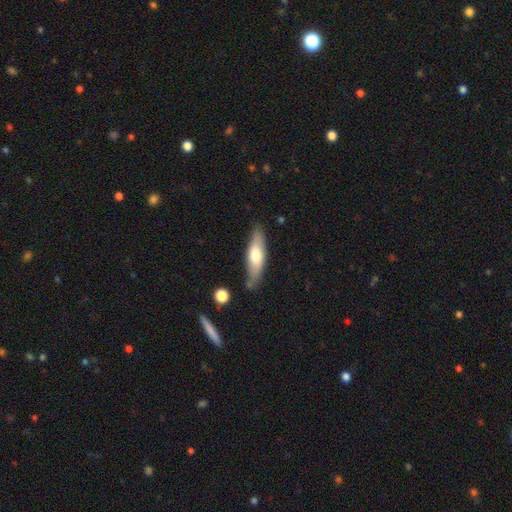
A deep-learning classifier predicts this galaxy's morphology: Smooth or featured: smooth — 59% (featured or disk — 36%)
How rounded: cigar-shaped — 56% (in between — 42%)
Merging: none — 74% (minor disturbance — 18%)